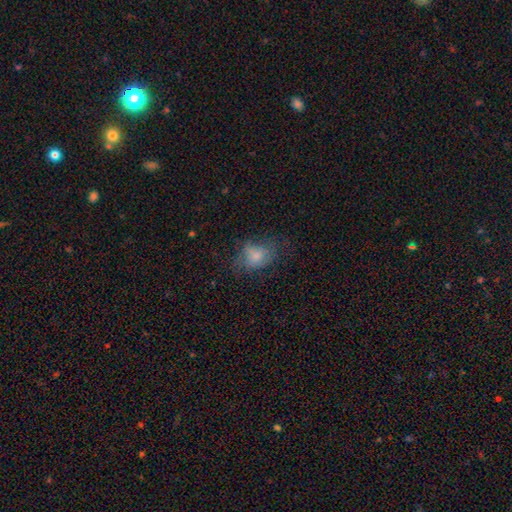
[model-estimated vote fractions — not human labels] smooth-or-featured: smooth: 72% | featured or disk: 16% | star or artifact: 12%
  how-rounded: in between: 69% | round: 30% | cigar-shaped: 1%
  merging: none: 49% | minor disturbance: 27% | major disturbance: 23% | merger: 2%